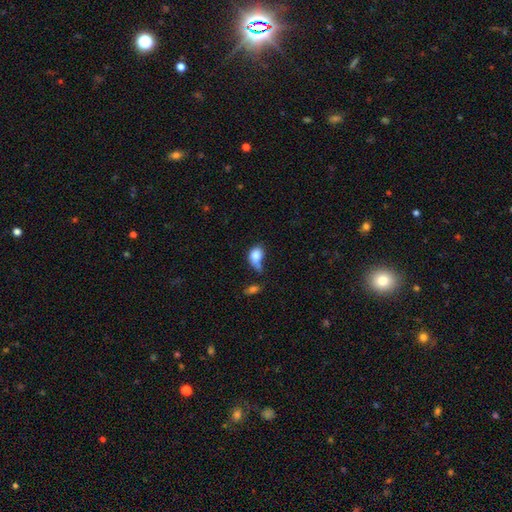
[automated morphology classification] smooth_or_featured: smooth (p=0.81) [alt: featured or disk p=0.11]
how_rounded: in between (p=0.69) [alt: round p=0.29]
merging: none (p=0.27) [alt: merger p=0.26]